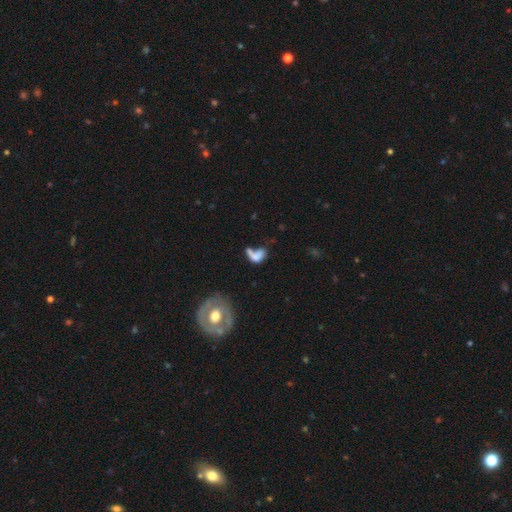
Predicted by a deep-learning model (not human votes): A smooth galaxy with no disk features (62%) that is in between round and cigar-shaped (78%). Merging: merger (42%).